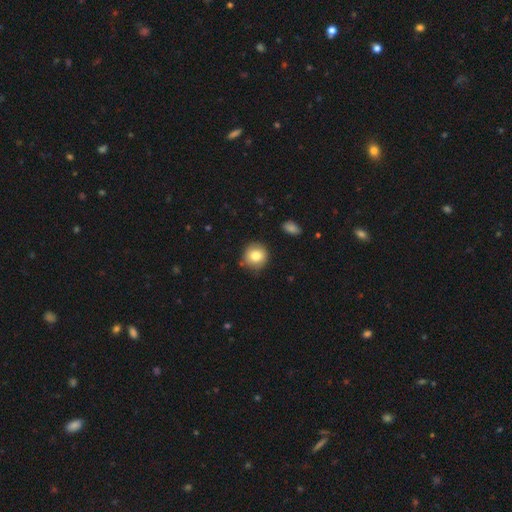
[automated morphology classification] The model was most divided on "smooth or featured": smooth: 81%, featured or disk: 10%, star or artifact: 9%. More confident: how rounded — round (92%); merging — none (83%).